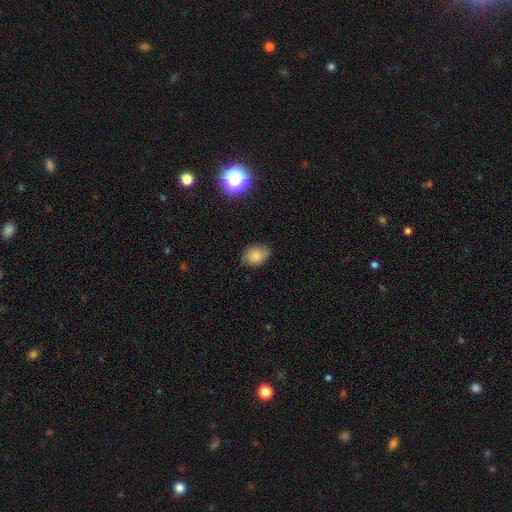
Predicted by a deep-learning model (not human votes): Smooth or featured?
  - smooth: 80% *
  - star or artifact: 11%
  - featured or disk: 9%
How rounded?
  - in between: 75% *
  - round: 24%
  - cigar-shaped: 1%
Merging?
  - none: 78% *
  - minor disturbance: 17%
  - major disturbance: 3%
  - merger: 1%